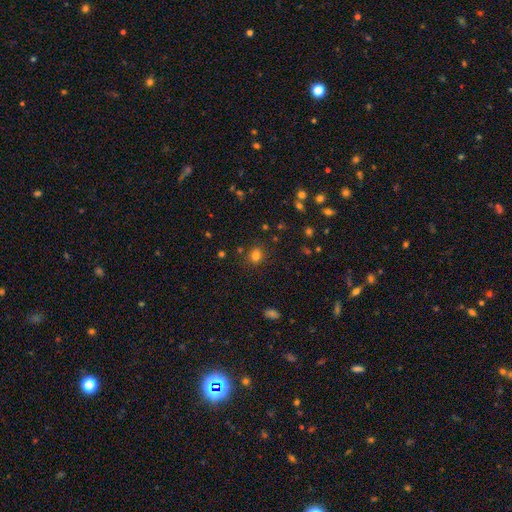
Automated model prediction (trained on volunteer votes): A smooth galaxy with no disk features (78%) that is round (75%). Merging: none (84%).